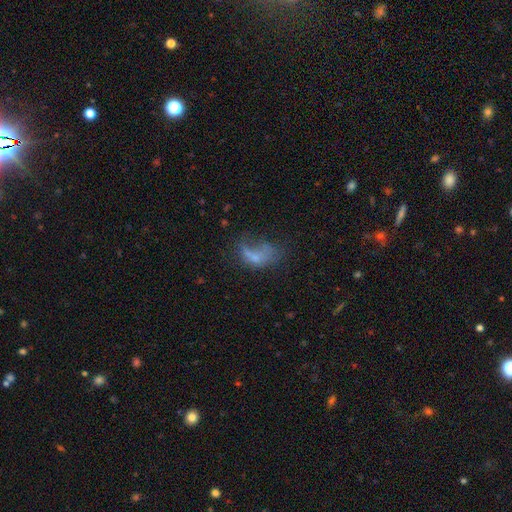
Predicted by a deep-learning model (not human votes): A smooth galaxy with no disk features (50%).

Vote fractions:
- Smooth or featured? smooth: 50% / featured or disk: 33% / star or artifact: 17%
- Merging? major disturbance: 46% / none: 24% / minor disturbance: 18% / merger: 12%